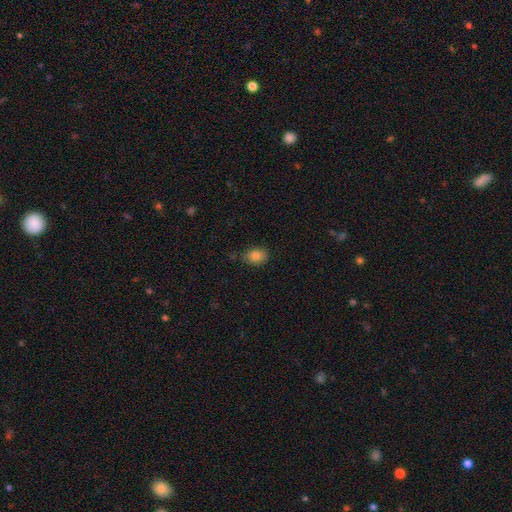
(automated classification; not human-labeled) A smooth galaxy with no disk features (83%) that is in between round and cigar-shaped (63%).

Vote fractions:
- Smooth or featured? smooth: 83% / star or artifact: 11% / featured or disk: 7%
- How rounded? in between: 63% / round: 36% / cigar-shaped: 1%
- Merging? none: 74% / minor disturbance: 21% / major disturbance: 4% / merger: 2%